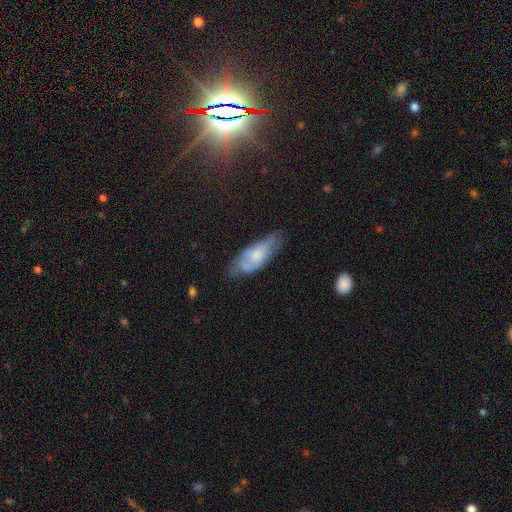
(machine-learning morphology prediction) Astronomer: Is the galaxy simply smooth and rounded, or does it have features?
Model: smooth — 58% (runner-up: featured or disk, 35%).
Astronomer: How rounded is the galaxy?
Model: in between — 74%.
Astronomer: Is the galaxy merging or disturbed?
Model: none — 49% (runner-up: minor disturbance, 35%).